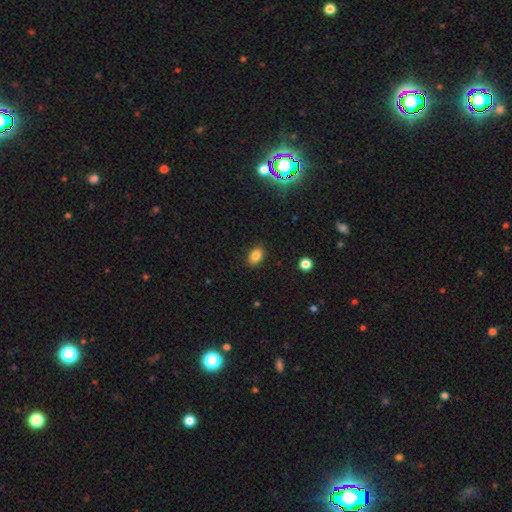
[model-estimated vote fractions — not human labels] This appears to be a smooth galaxy with no disk features (84%) that is in between round and cigar-shaped (82%). Merging: none (88%).